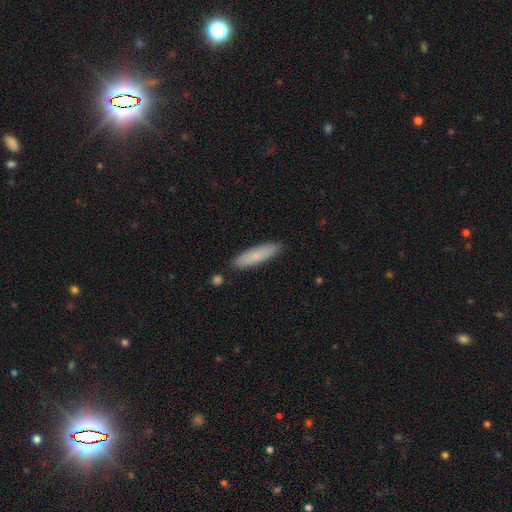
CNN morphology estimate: Overall: smooth (81%). How rounded: cigar-shaped (74%). Merging: none (87%).